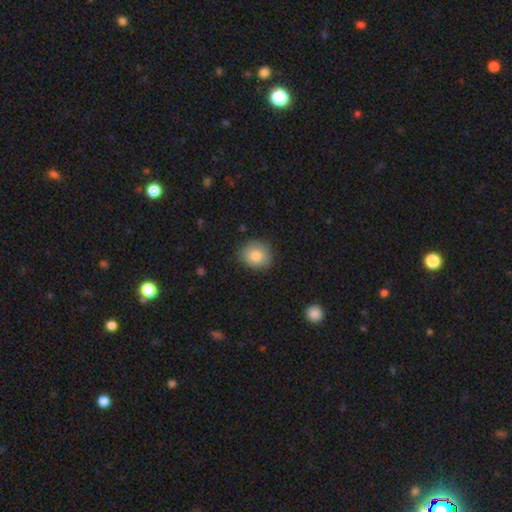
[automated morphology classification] smooth_or_featured: smooth (p=0.83) [alt: featured or disk p=0.09]
how_rounded: round (p=0.78) [alt: in between p=0.21]
merging: none (p=0.82) [alt: minor disturbance p=0.14]